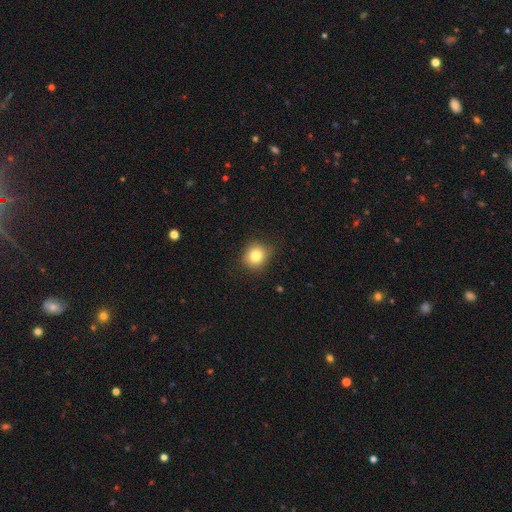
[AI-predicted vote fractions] Overall: smooth (80%). How rounded: round (80%). Merging: none (83%).